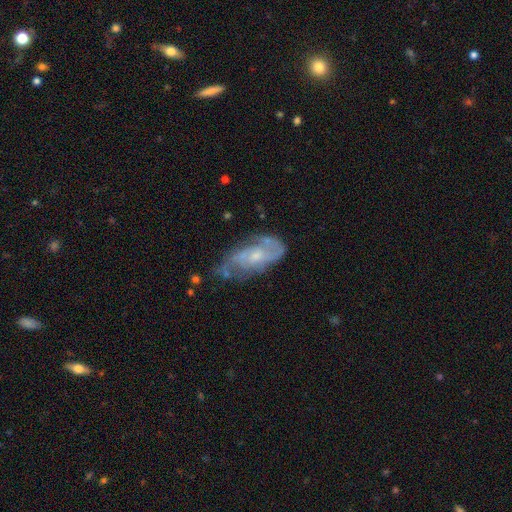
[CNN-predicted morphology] smooth-or-featured: featured or disk: 77% | smooth: 17% | star or artifact: 6%
  disk-edge-on: no: 93% | yes: 7%
    bar: no: 60% | weak: 34% | strong: 6%
    has-spiral-arms: yes: 87% | no: 13%
      spiral-winding: medium: 47% | tight: 30% | loose: 23%
      spiral-arm-count: 2: 63% | can't tell: 21% | 3: 7% | 1: 4% | 4: 2% | more than 4: 2%
    bulge-size: small: 47% | moderate: 41% | none: 7% | large: 3% | dominant: 1%
  merging: none: 56% | minor disturbance: 27% | major disturbance: 13% | merger: 4%